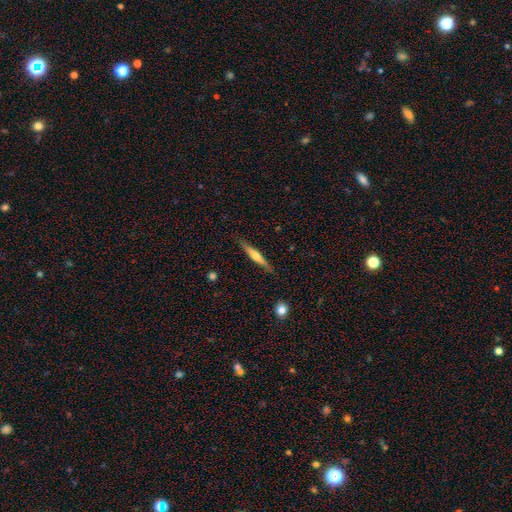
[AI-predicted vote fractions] featured or disk 55%, smooth 39%, star or artifact 6%. Down the decision tree: edge-on disk — yes (96%); edge-on bulge — rounded (80%); merging — none (87%).